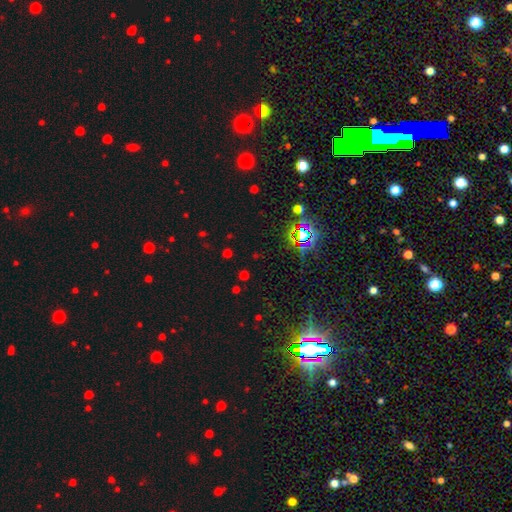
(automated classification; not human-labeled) This appears to be a star or artifact, not a galaxy (64%).